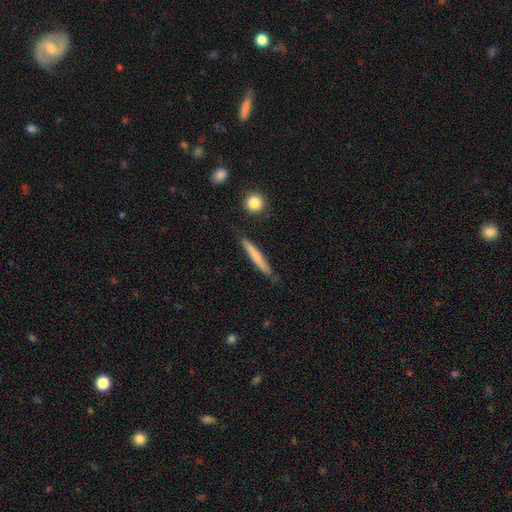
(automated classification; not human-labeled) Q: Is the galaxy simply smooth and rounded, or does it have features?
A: smooth — 66%.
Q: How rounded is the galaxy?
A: cigar-shaped — 95%.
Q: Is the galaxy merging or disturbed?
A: none — 81%.